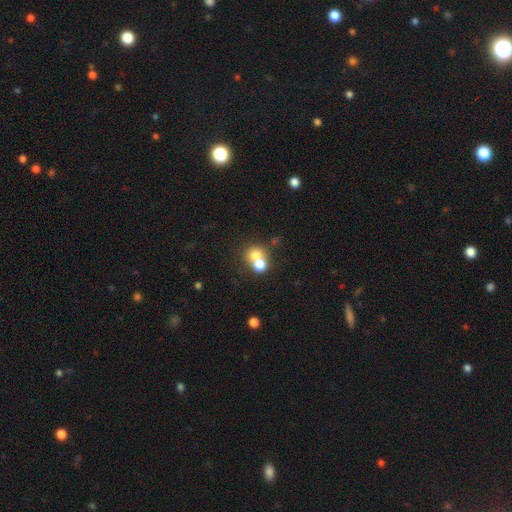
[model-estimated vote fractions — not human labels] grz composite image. It shows a smooth galaxy with no disk features (70%) that is round (74%). Merging: merger (58%).